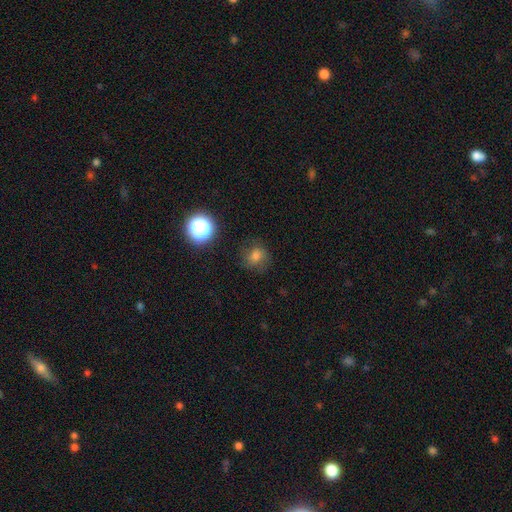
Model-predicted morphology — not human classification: smooth-or-featured: smooth: 71% | star or artifact: 18% | featured or disk: 10%
  how-rounded: round: 81% | in between: 18% | cigar-shaped: 1%
  merging: none: 77% | minor disturbance: 16% | major disturbance: 6% | merger: 2%